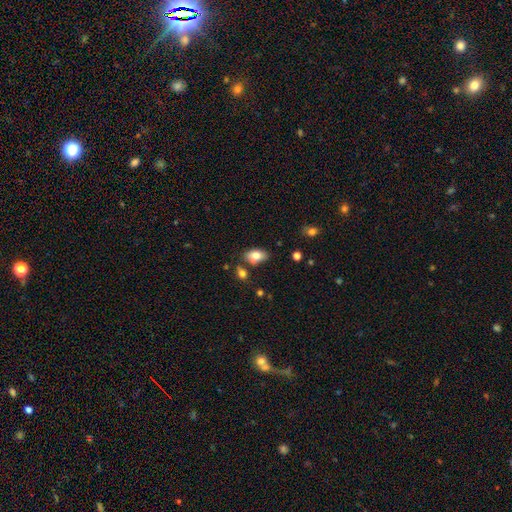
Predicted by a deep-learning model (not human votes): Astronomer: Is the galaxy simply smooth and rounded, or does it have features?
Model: smooth — 79%.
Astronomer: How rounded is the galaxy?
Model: in between — 92%.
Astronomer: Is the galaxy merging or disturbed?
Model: none — 72%.